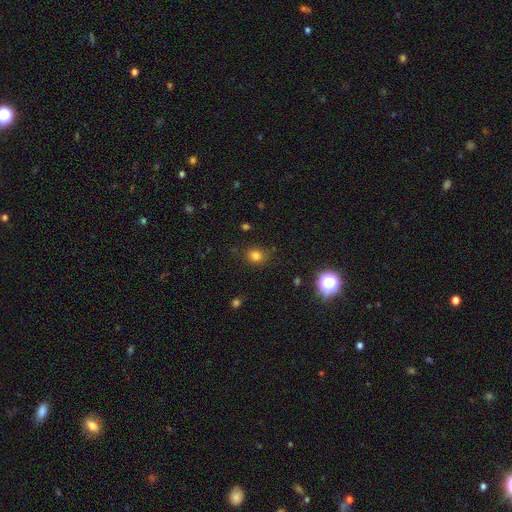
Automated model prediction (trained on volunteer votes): Morphology: type=smooth (79%); roundness=round (68%); merging=none (83%).